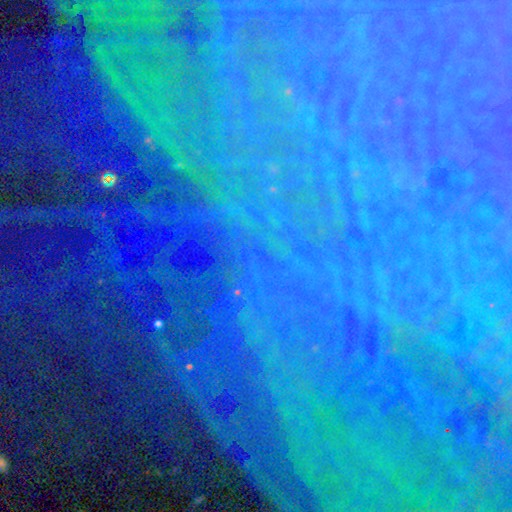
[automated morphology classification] A star or artifact, not a galaxy (82%).

Vote fractions:
- Smooth or featured? star or artifact: 82% / featured or disk: 10% / smooth: 8%